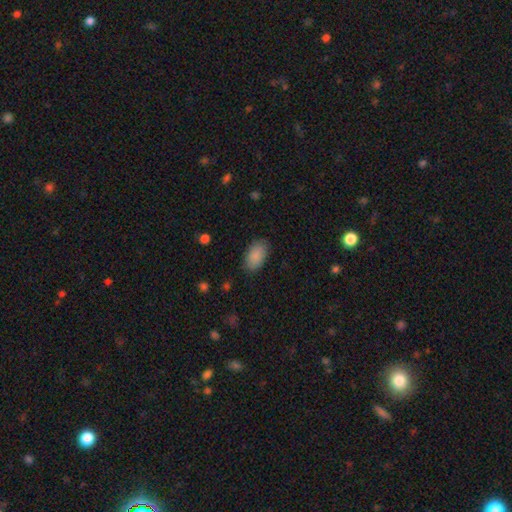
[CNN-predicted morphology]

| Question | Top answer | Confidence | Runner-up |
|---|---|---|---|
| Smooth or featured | smooth | 88% | star or artifact (7%) |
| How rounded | in between | 93% | round (5%) |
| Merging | none | 85% | minor disturbance (11%) |